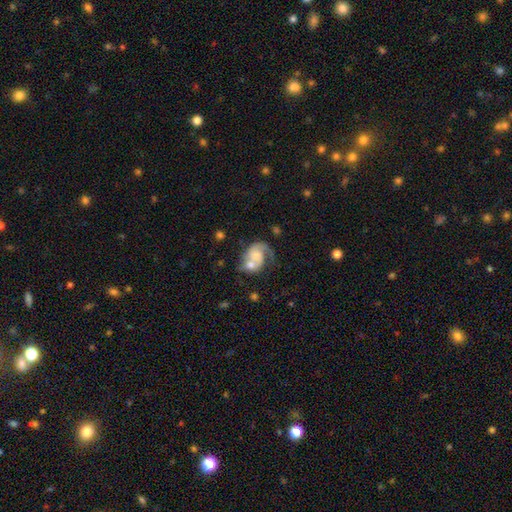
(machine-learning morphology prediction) Smooth or featured?
  - featured or disk: 66% *
  - smooth: 27%
  - star or artifact: 7%
Edge-on disk?
  - no: 98% *
  - yes: 2%
Bar?
  - no: 72% *
  - weak: 23%
  - strong: 4%
Spiral arms?
  - yes: 85% *
  - no: 15%
Spiral winding?
  - medium: 41% *
  - loose: 36%
  - tight: 23%
Spiral arm count?
  - 1: 53% *
  - 2: 38%
  - can't tell: 6%
  - 3: 2%
  - 4: 1%
  - more than 4: 1%
Bulge size?
  - moderate: 30% *
  - small: 29%
  - none: 24%
  - large: 14%
  - dominant: 4%
Merging?
  - merger: 37% *
  - none: 25%
  - major disturbance: 23%
  - minor disturbance: 15%